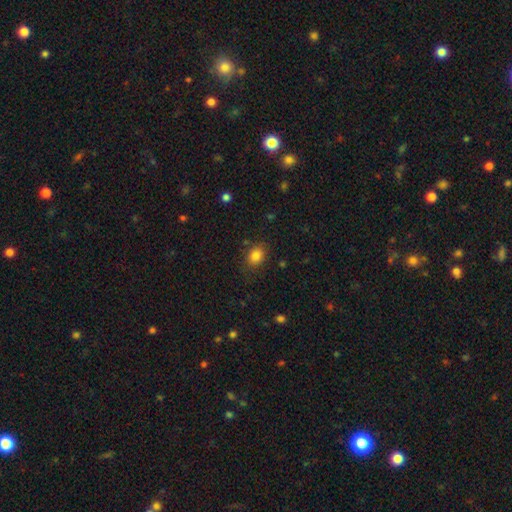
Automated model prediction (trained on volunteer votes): Overall: smooth (83%). How rounded: in between (57%; round 42%). Merging: none (81%).